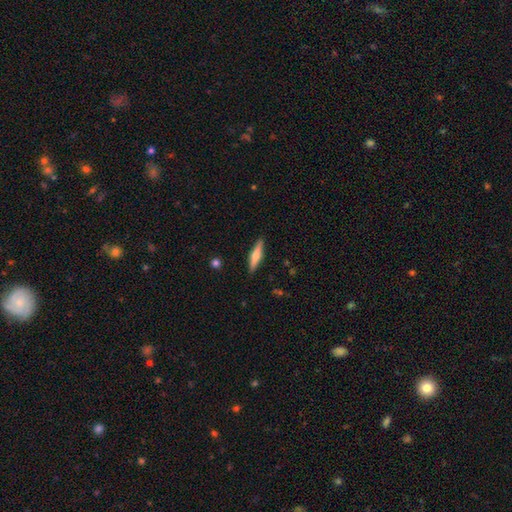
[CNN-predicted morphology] A featured or disk galaxy (48%).

Vote fractions:
- Smooth or featured? featured or disk: 48% / smooth: 46% / star or artifact: 6%
- Merging? none: 89% / minor disturbance: 8% / major disturbance: 2% / merger: 1%